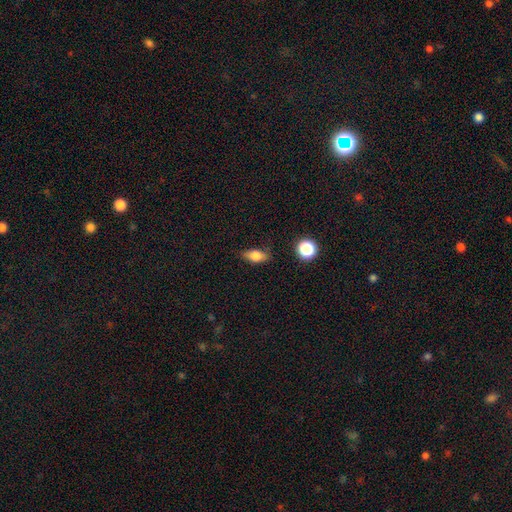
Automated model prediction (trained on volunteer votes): Smooth or featured: smooth — 74% (featured or disk — 17%)
How rounded: in between — 76% (round — 13%)
Merging: none — 75% (minor disturbance — 19%)